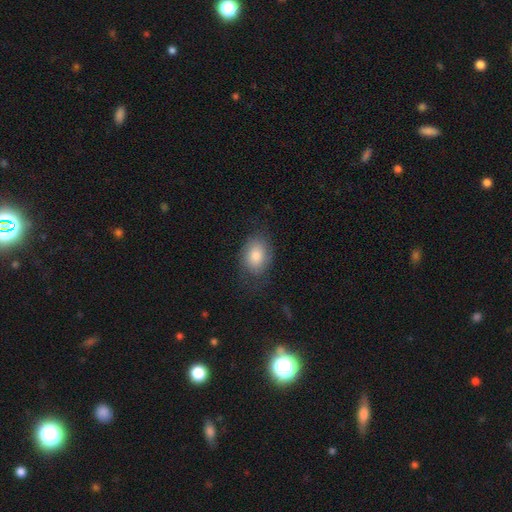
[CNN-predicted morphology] Smooth or featured?
  - smooth: 77% *
  - featured or disk: 15%
  - star or artifact: 8%
How rounded?
  - in between: 71% *
  - round: 28%
  - cigar-shaped: 1%
Merging?
  - none: 68% *
  - minor disturbance: 21%
  - major disturbance: 10%
  - merger: 1%